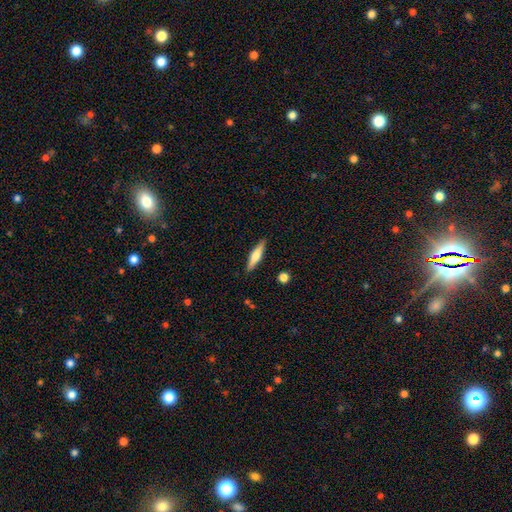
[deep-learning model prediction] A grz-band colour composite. It shows a smooth galaxy with no disk features (50%). Merging: none (89%).